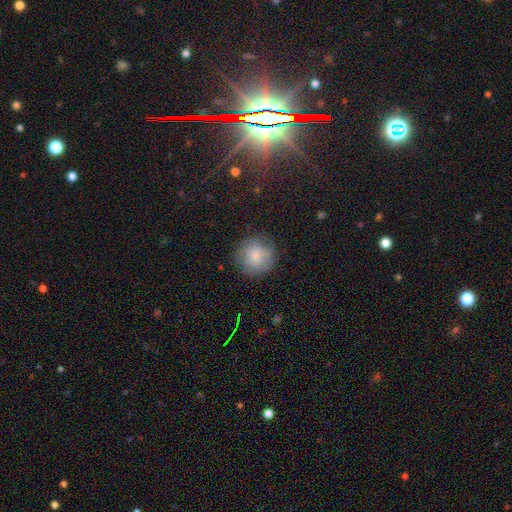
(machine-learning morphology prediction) smooth-or-featured: smooth: 77% | featured or disk: 14% | star or artifact: 9%
  how-rounded: round: 94% | in between: 5% | cigar-shaped: 1%
  merging: none: 80% | minor disturbance: 14% | major disturbance: 5% | merger: 1%